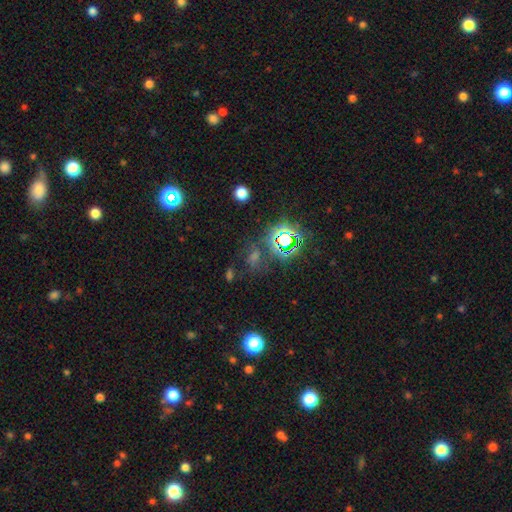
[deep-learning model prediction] Overall: star or artifact (65%).